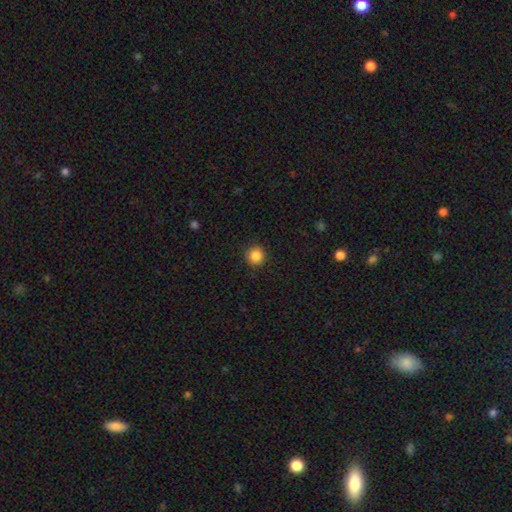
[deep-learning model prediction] Smooth or featured? Predicted: smooth (p=0.86). How rounded? Predicted: round (p=0.95). Merging? Predicted: none (p=0.91).